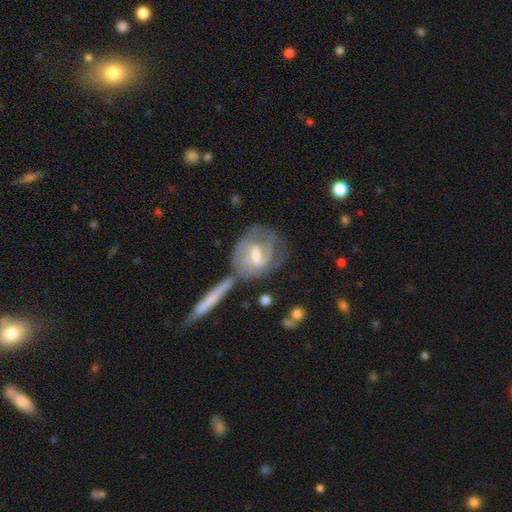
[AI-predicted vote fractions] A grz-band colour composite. It shows a featured or disk galaxy (71%) with a weak bar (51%), 2 (41%) tight (48%) spiral arms (80%) and a moderate central bulge (52%). Merging: none (47%).